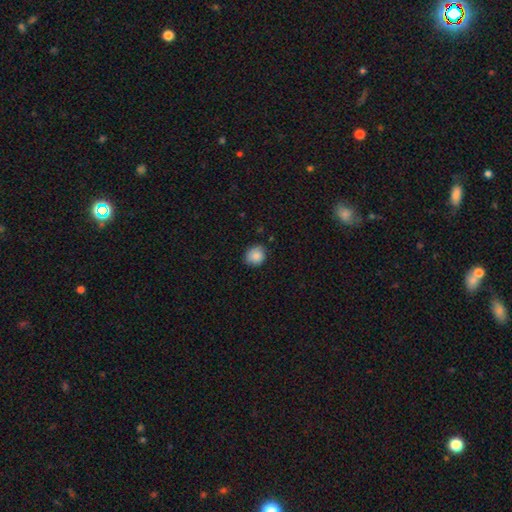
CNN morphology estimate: The model was most divided on "merging": none: 81%, minor disturbance: 16%, major disturbance: 2%, merger: 1%. More confident: smooth or featured — smooth (86%); how rounded — round (83%).